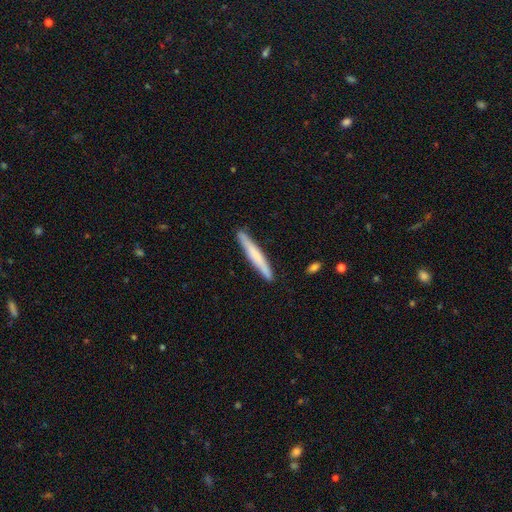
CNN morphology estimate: type=smooth (62%); roundness=cigar-shaped (96%); merging=none (88%).